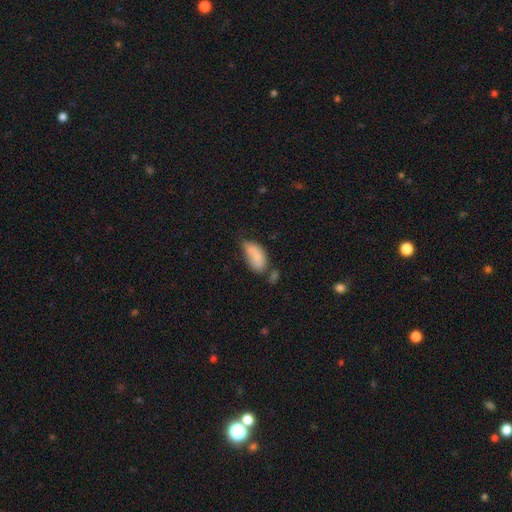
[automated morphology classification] A smooth galaxy with no disk features (76%) that is in between round and cigar-shaped (92%).

Vote fractions:
- Smooth or featured? smooth: 76% / featured or disk: 16% / star or artifact: 7%
- How rounded? in between: 92% / cigar-shaped: 4% / round: 4%
- Merging? minor disturbance: 34% (tied) / none: 34% (tied) / merger: 19% / major disturbance: 13%